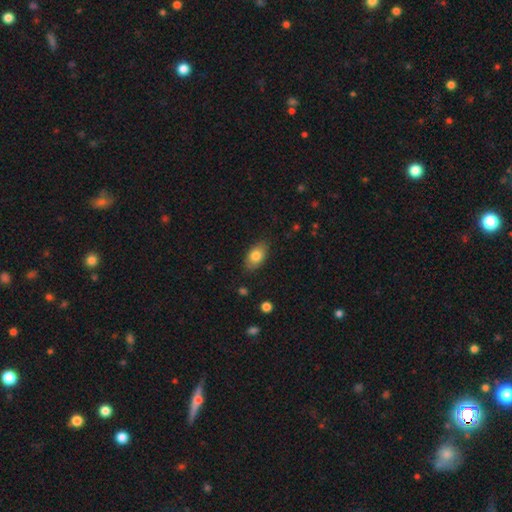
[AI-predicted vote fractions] smooth_or_featured: smooth (p=0.80) [alt: featured or disk p=0.13]
how_rounded: in between (p=0.89) [alt: round p=0.08]
merging: none (p=0.82) [alt: minor disturbance p=0.13]